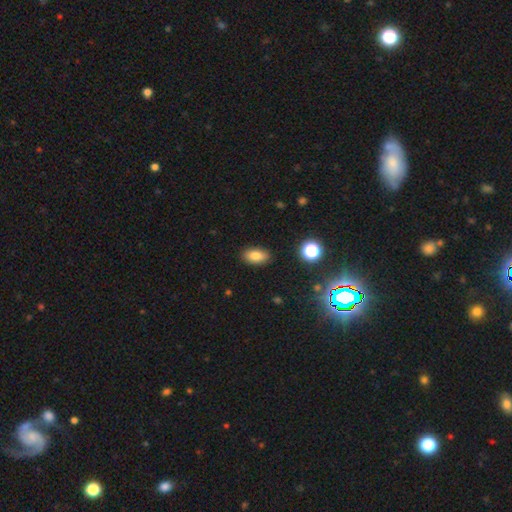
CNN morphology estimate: Smooth or featured?
  - smooth: 81% *
  - star or artifact: 11%
  - featured or disk: 8%
How rounded?
  - in between: 89% *
  - round: 7%
  - cigar-shaped: 4%
Merging?
  - none: 88% *
  - minor disturbance: 8%
  - major disturbance: 2%
  - merger: 1%